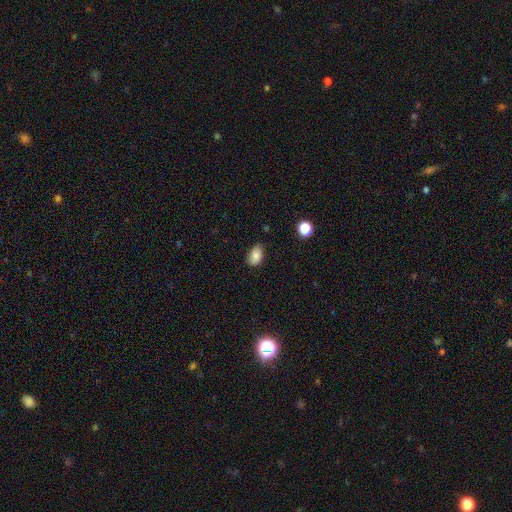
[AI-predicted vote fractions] Overall: smooth (80%). How rounded: in between (88%). Merging: none (73%).